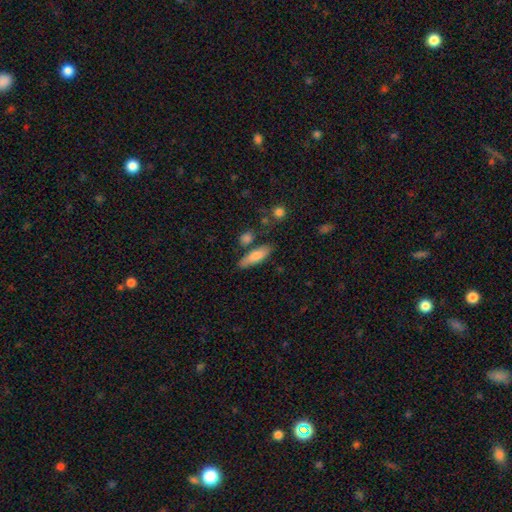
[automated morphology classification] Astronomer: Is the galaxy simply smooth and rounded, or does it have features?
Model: smooth — 78%.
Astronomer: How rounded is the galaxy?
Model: in between — 52% (runner-up: cigar-shaped, 45%).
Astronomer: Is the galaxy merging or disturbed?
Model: none — 73%.